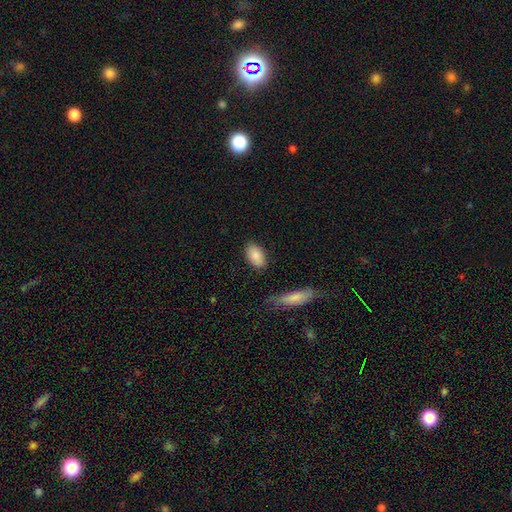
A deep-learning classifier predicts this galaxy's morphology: This is clearly a smooth galaxy (85%). How rounded: clearly in between (92%). Merging: clearly none (82%).